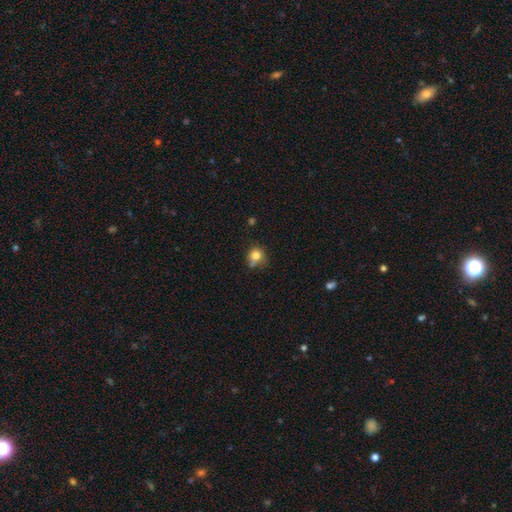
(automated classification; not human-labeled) A smooth galaxy with no disk features (79%) that is round (76%).

Vote fractions:
- Smooth or featured? smooth: 79% / star or artifact: 12% / featured or disk: 10%
- How rounded? round: 76% / in between: 23% / cigar-shaped: 1%
- Merging? none: 51% / minor disturbance: 29% / merger: 10% / major disturbance: 10%